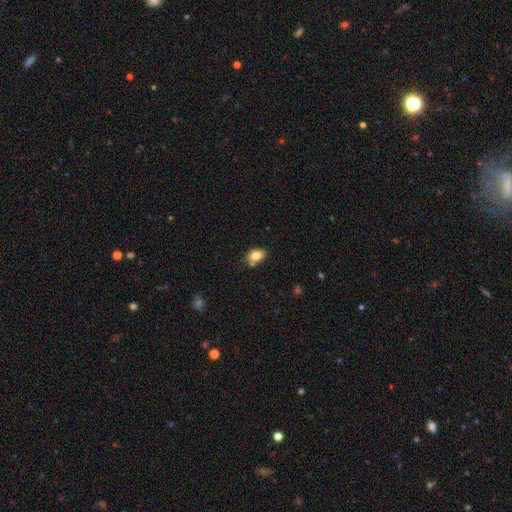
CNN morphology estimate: Smooth or featured? Predicted: smooth (p=0.80). How rounded? Predicted: in between (p=0.73). Merging? Predicted: none (p=0.65).